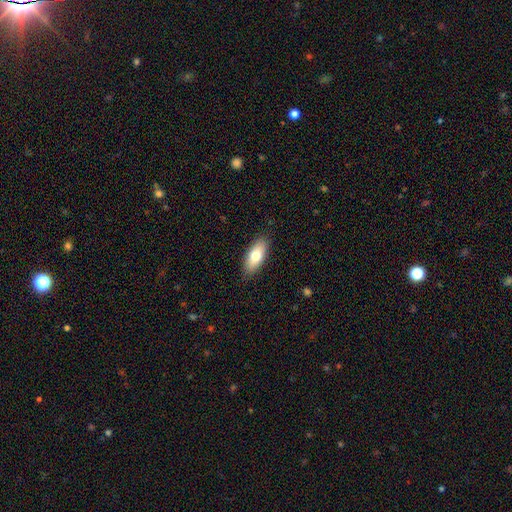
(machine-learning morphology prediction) Smooth or featured? Predicted: smooth (p=0.74). How rounded? Predicted: in between (p=0.80). Merging? Predicted: none (p=0.87).